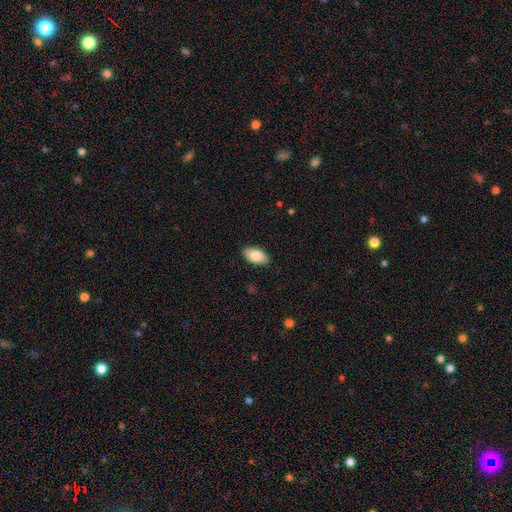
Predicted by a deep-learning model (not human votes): This is clearly a smooth galaxy (86%). How rounded: clearly in between (95%). Merging: clearly none (89%).